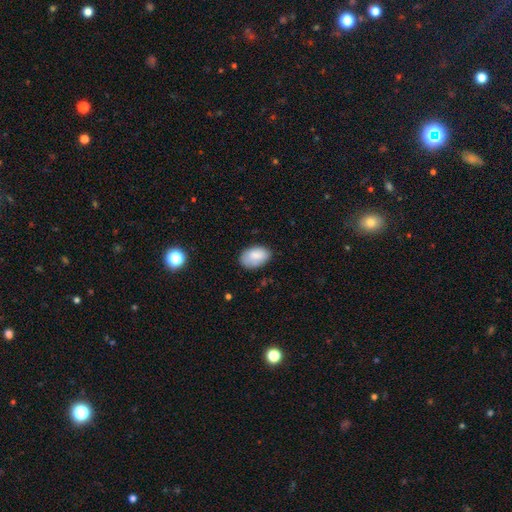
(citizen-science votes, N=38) This is clearly a smooth galaxy (89%). How rounded: clearly in between (85%). Merging: likely none (64%).